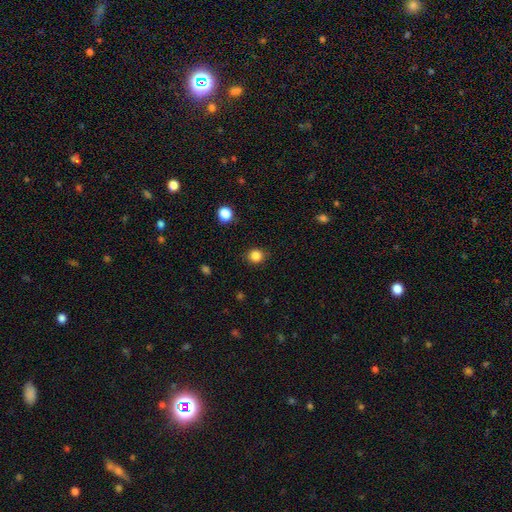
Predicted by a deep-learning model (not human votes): The model was most divided on "smooth or featured": smooth: 85%, star or artifact: 12%, featured or disk: 4%. More confident: merging — none (87%); how rounded — round (86%).